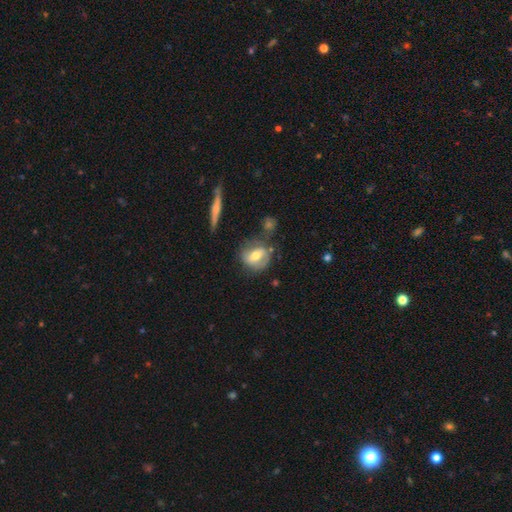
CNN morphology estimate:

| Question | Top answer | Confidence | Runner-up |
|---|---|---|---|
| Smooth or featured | smooth | 51% | featured or disk (42%) |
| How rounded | round | 61% | in between (36%) |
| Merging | none | 60% | minor disturbance (22%) |